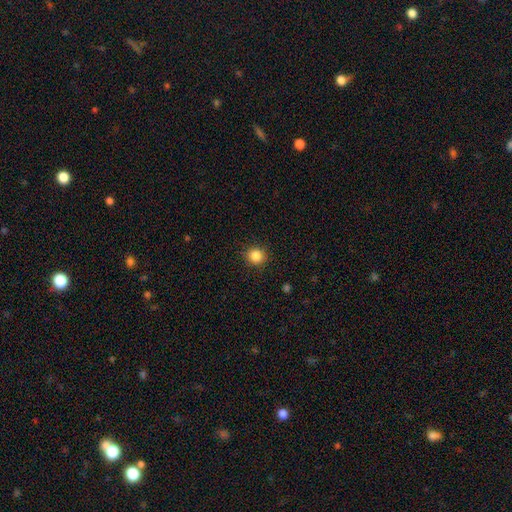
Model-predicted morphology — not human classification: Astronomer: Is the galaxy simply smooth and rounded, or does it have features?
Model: smooth — 85%.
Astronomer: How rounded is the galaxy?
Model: round — 90%.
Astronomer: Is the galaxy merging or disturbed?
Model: none — 91%.